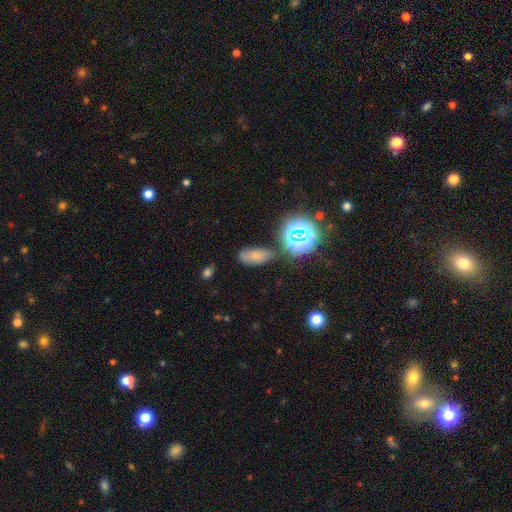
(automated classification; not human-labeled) Smooth or featured? Predicted: smooth (p=0.61). How rounded? Predicted: in between (p=0.84). Merging? Predicted: none (p=0.67).